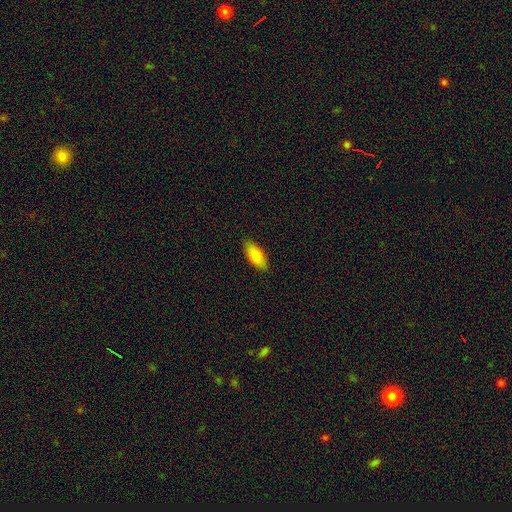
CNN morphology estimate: Smooth or featured? smooth (83%)
How rounded? in between (86%)
Merging? none (88%)